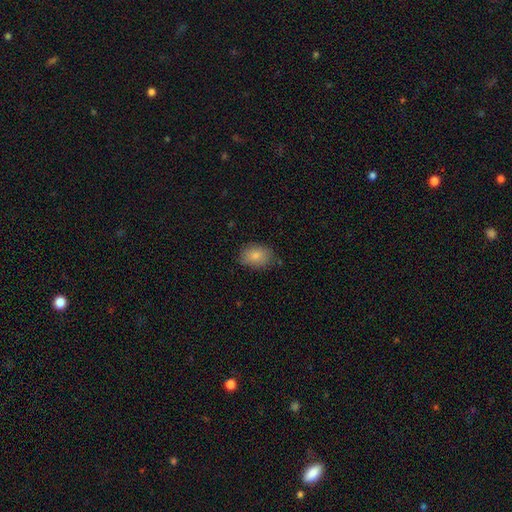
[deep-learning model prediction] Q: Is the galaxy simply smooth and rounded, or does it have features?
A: smooth — 84%.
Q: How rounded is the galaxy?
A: in between — 76%.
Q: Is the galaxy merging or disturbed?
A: none — 78%.